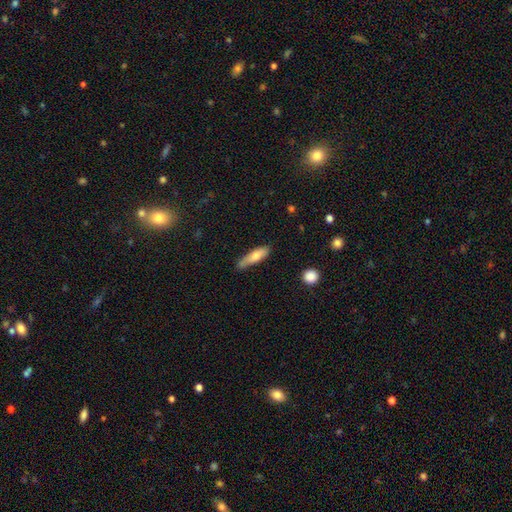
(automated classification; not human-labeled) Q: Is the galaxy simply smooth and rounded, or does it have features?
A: smooth — 71%.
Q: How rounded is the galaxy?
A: cigar-shaped — 64%.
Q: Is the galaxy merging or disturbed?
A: none — 59%.